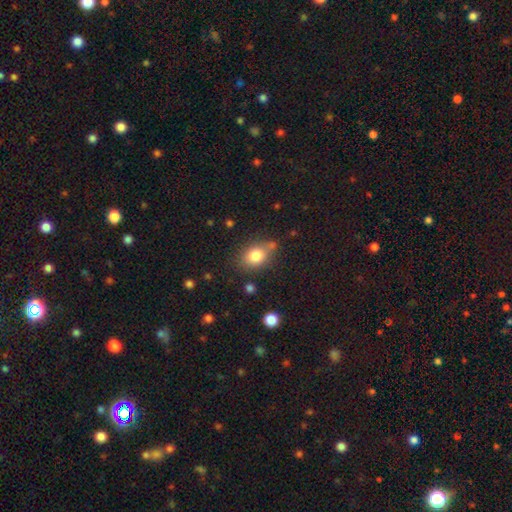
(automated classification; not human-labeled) smooth_or_featured: smooth (p=0.80) [alt: star or artifact p=0.10]
how_rounded: in between (p=0.61) [alt: round p=0.38]
merging: none (p=0.66) [alt: minor disturbance p=0.19]